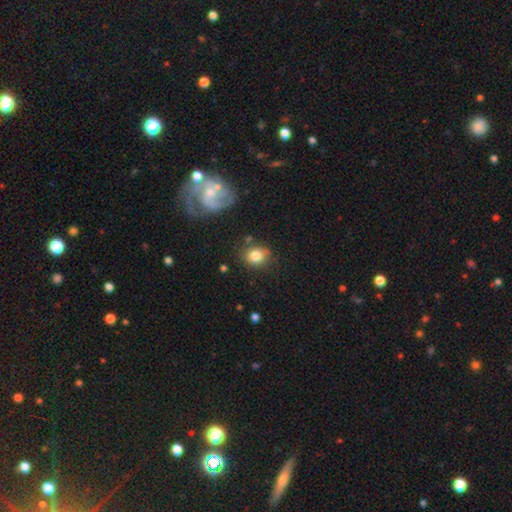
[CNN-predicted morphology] smooth-or-featured: smooth: 79% | featured or disk: 11% | star or artifact: 9%
  how-rounded: round: 60% | in between: 39% | cigar-shaped: 1%
  merging: none: 72% | minor disturbance: 18% | major disturbance: 5% | merger: 5%